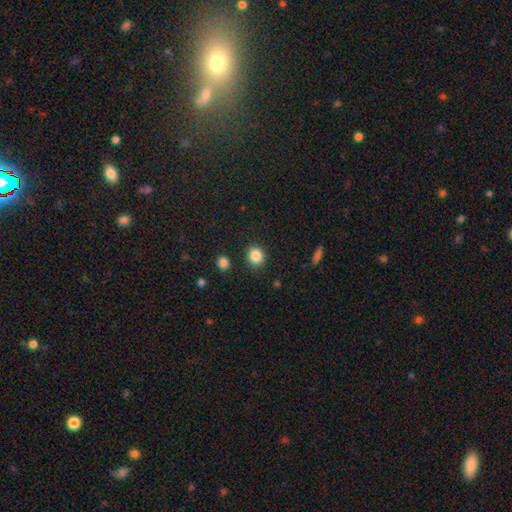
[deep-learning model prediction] smooth-or-featured: smooth: 86% | star or artifact: 10% | featured or disk: 4%
  how-rounded: round: 76% | in between: 23% | cigar-shaped: 1%
  merging: none: 87% | minor disturbance: 8% | major disturbance: 3% | merger: 2%